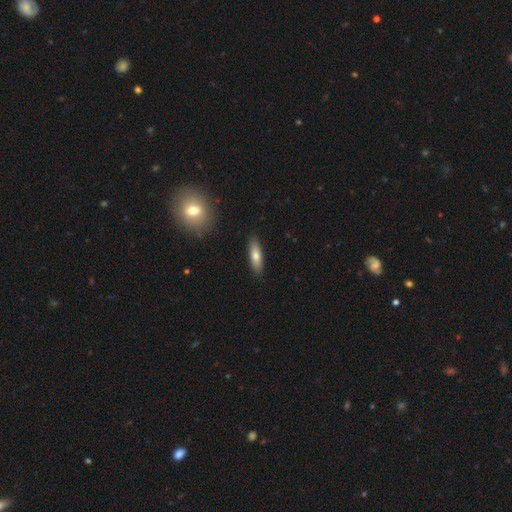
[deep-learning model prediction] Overall: smooth (73%). How rounded: cigar-shaped (52%; in between 46%). Merging: none (88%).